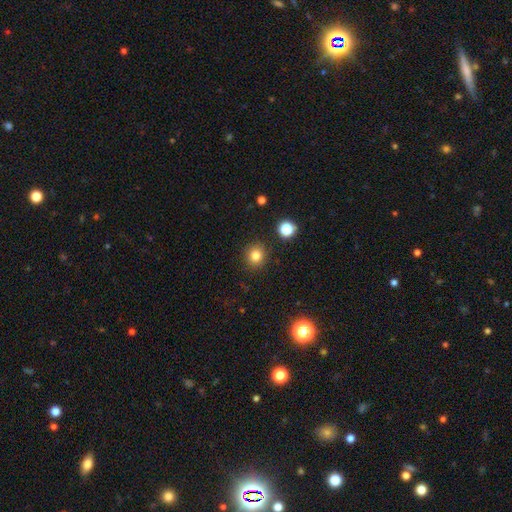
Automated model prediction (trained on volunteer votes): Morphology: type=smooth (81%); roundness=round (87%); merging=none (88%).